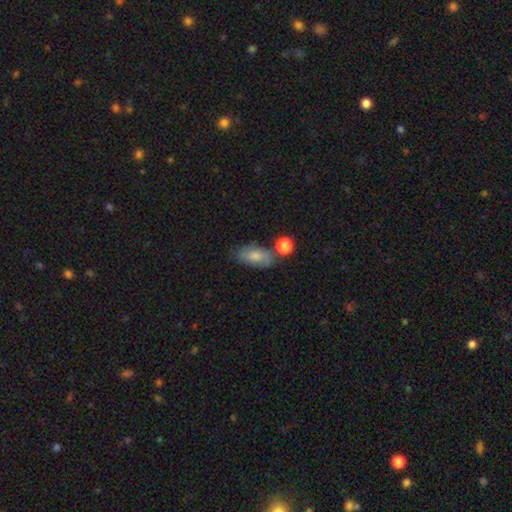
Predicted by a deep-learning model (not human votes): A smooth galaxy with no disk features (68%) that is in between round and cigar-shaped (84%).

Vote fractions:
- Smooth or featured? smooth: 68% / featured or disk: 20% / star or artifact: 12%
- How rounded? in between: 84% / cigar-shaped: 8% / round: 8%
- Merging? none: 69% / minor disturbance: 17% / merger: 10% / major disturbance: 5%